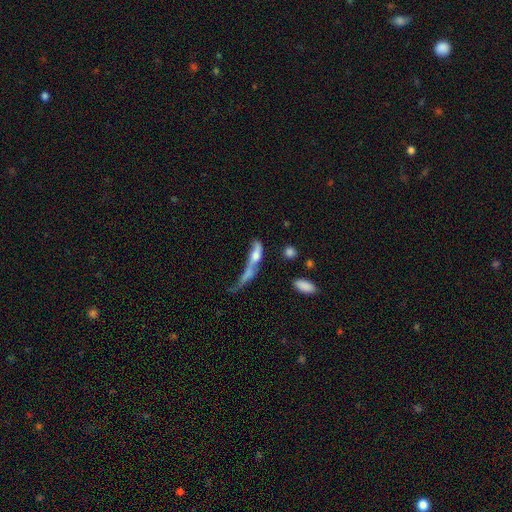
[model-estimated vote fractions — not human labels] Smooth or featured? smooth (51%)
How rounded? cigar-shaped (59%)
Merging? merger (43%)